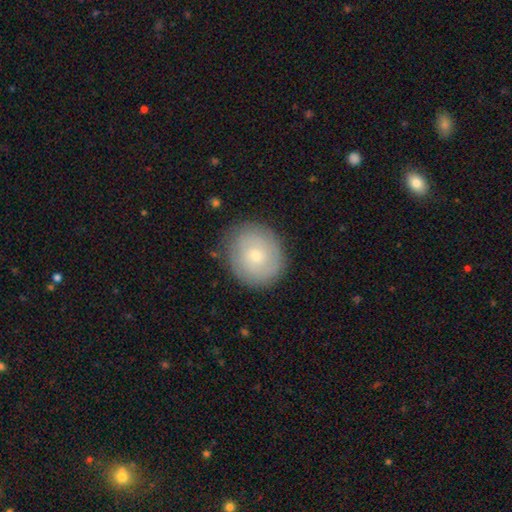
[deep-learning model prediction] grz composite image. It shows a smooth galaxy with no disk features (50%) that is round (78%). Merging: none (83%).